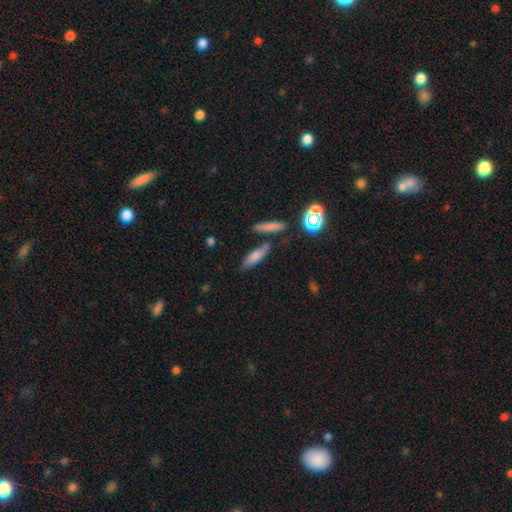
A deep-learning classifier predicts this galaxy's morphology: This is likely a smooth galaxy (73%). How rounded: possibly cigar-shaped (52%). Merging: likely none (66%).